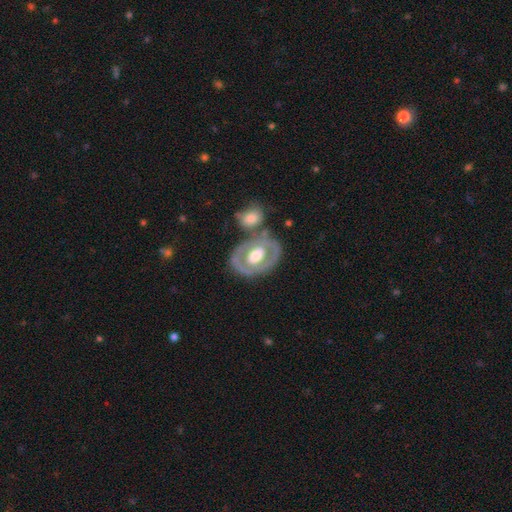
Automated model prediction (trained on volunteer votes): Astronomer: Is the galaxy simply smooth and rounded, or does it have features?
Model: featured or disk — 67%.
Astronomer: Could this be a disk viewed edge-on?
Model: no — 93%.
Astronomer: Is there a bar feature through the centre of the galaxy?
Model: no — 65%.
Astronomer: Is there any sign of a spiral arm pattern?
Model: no — 66%.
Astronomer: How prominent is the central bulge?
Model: moderate — 49% (runner-up: large, 42%).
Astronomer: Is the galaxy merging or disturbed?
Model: none — 58%.